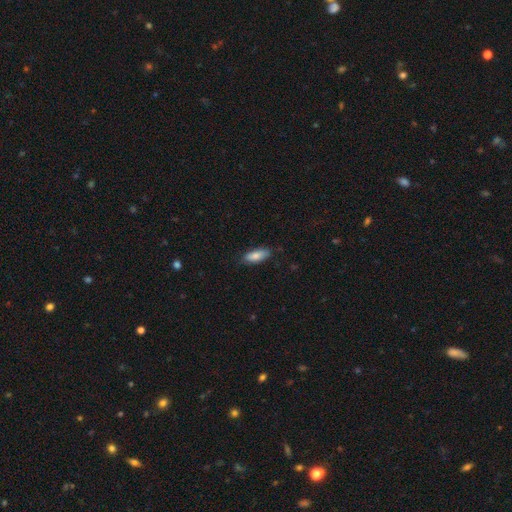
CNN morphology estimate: This appears to be a smooth galaxy with no disk features (84%) that is in between round and cigar-shaped (74%). Merging: none (82%).